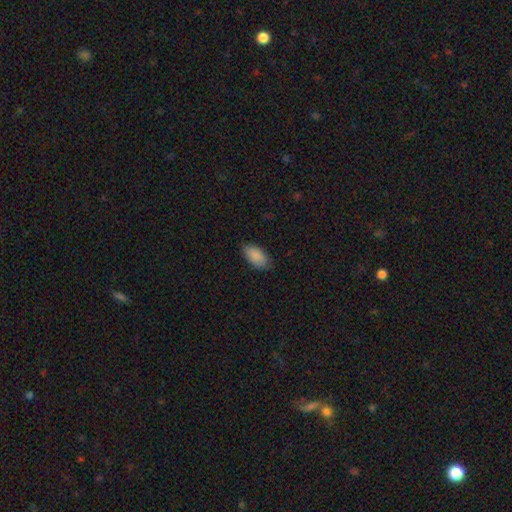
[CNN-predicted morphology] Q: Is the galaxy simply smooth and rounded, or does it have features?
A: smooth — 88%.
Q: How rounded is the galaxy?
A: in between — 94%.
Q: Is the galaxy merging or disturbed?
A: none — 81%.